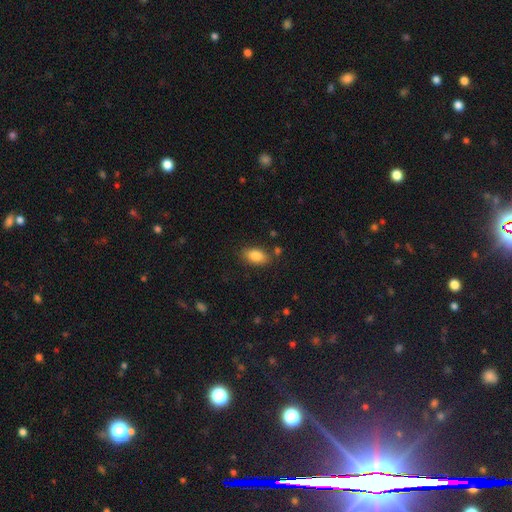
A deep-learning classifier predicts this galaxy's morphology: smooth 85%, star or artifact 8%, featured or disk 8%. Down the decision tree: how rounded — in between (91%); merging — none (82%).